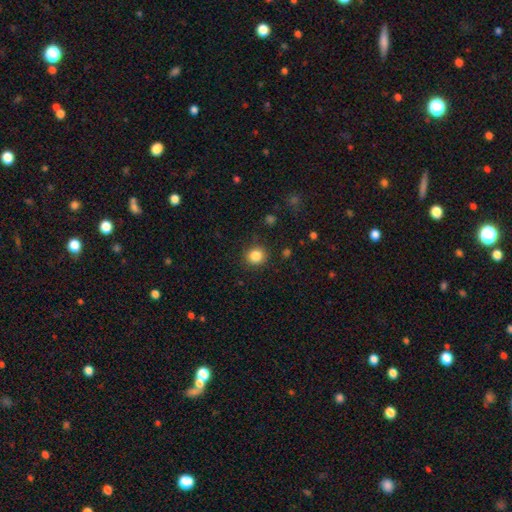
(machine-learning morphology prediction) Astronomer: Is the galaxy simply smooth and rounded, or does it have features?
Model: smooth — 85%.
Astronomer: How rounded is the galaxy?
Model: round — 89%.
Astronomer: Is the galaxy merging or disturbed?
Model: none — 89%.